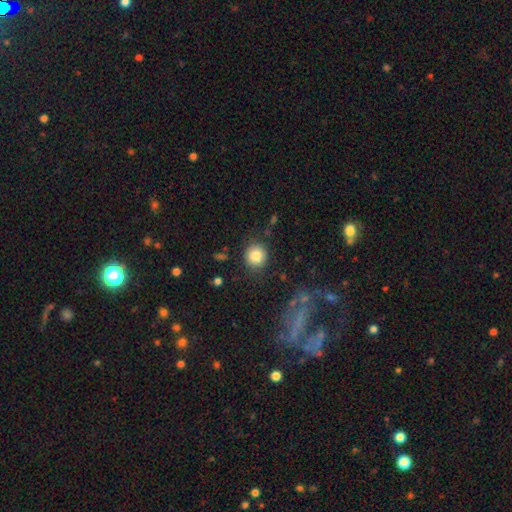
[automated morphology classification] Smooth or featured? Predicted: smooth (p=0.84). How rounded? Predicted: round (p=0.87). Merging? Predicted: none (p=0.85).